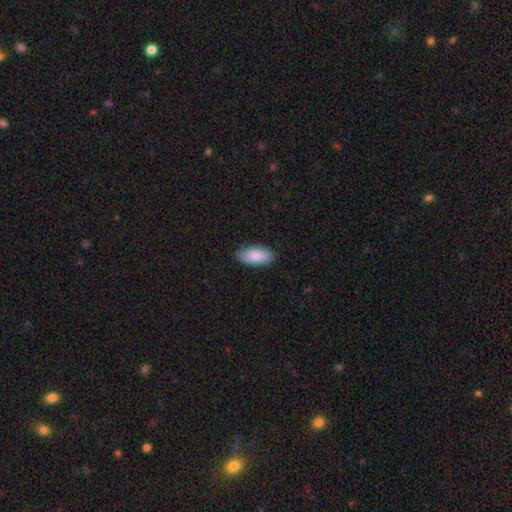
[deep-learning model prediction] smooth 86%, featured or disk 9%, star or artifact 6%. Down the decision tree: how rounded — in between (94%); merging — none (86%).